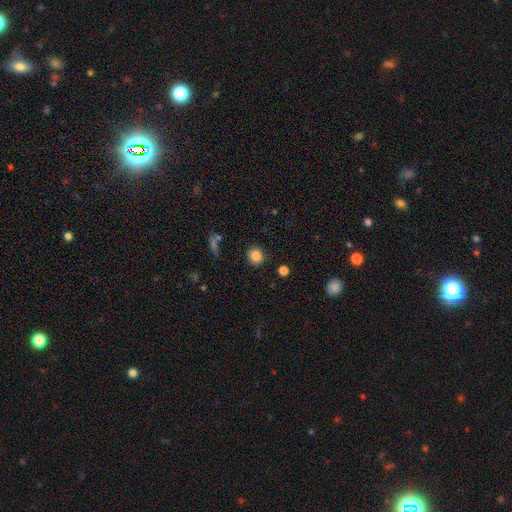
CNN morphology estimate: smooth_or_featured: smooth (p=0.84) [alt: star or artifact p=0.11]
how_rounded: round (p=0.87) [alt: in between p=0.12]
merging: none (p=0.89) [alt: minor disturbance p=0.07]